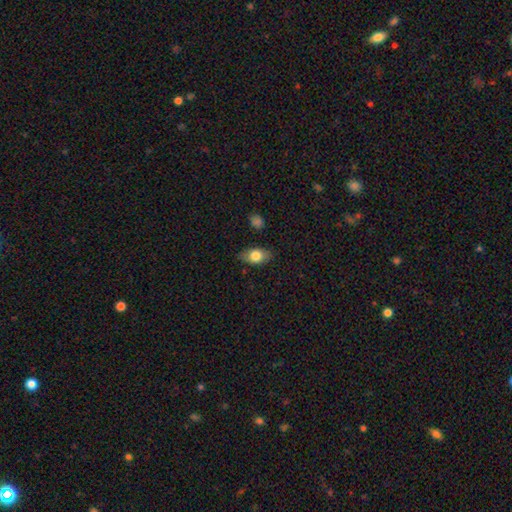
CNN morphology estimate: type=smooth (77%); roundness=in between (86%); merging=none (82%).